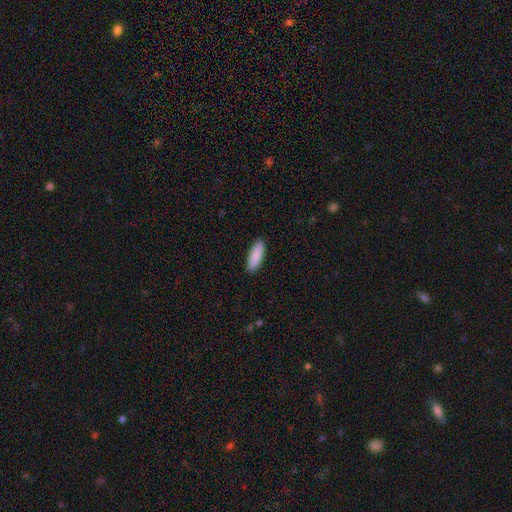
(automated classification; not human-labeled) This appears to be a smooth galaxy with no disk features (90%) that is in between round and cigar-shaped (52%). Merging: none (91%).